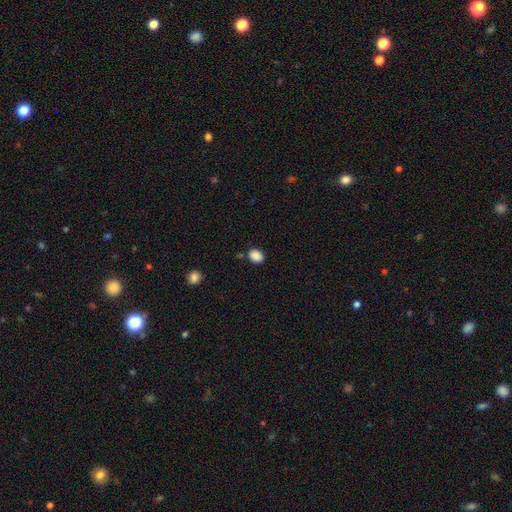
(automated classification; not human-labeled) This is clearly a smooth galaxy (88%). How rounded: possibly in between (55%). Merging: clearly none (81%).